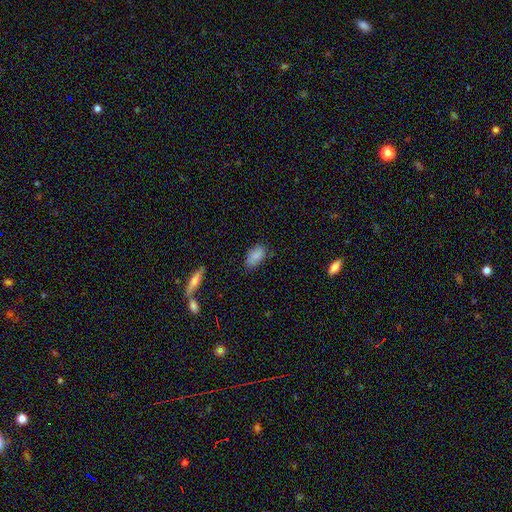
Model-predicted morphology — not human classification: smooth-or-featured: smooth: 87% | star or artifact: 7% | featured or disk: 6%
  how-rounded: in between: 92% | cigar-shaped: 5% | round: 4%
  merging: none: 76% | minor disturbance: 18% | major disturbance: 4% | merger: 2%